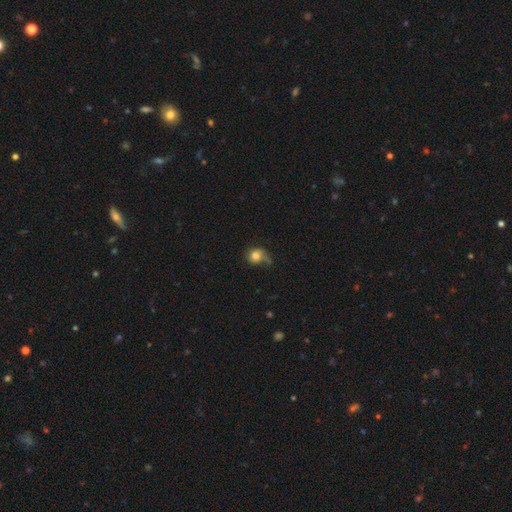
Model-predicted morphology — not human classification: Smooth or featured: smooth — 72% (featured or disk — 18%)
How rounded: round — 73% (in between — 25%)
Merging: none — 37% (major disturbance — 29%)